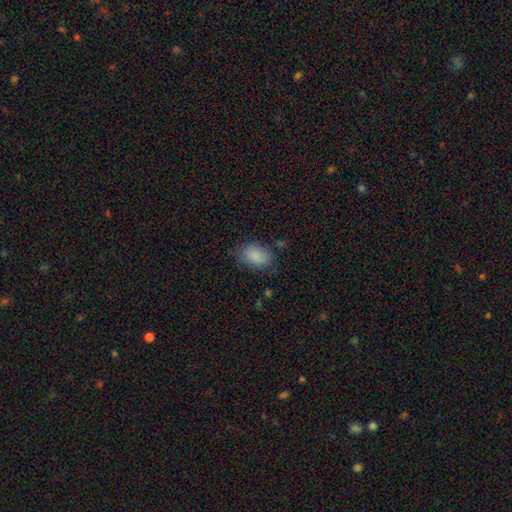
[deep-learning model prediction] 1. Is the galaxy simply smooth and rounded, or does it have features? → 87% smooth, 8% star or artifact, 5% featured or disk.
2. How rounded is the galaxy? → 81% in between, 18% round, 1% cigar-shaped.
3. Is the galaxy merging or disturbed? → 76% none, 17% minor disturbance, 5% major disturbance, 2% merger.